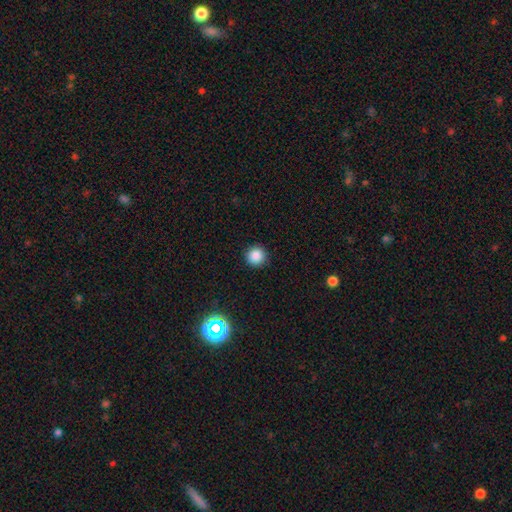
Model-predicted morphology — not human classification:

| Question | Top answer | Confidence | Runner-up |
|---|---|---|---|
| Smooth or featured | smooth | 86% | star or artifact (11%) |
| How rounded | round | 95% | in between (4%) |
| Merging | none | 91% | minor disturbance (6%) |